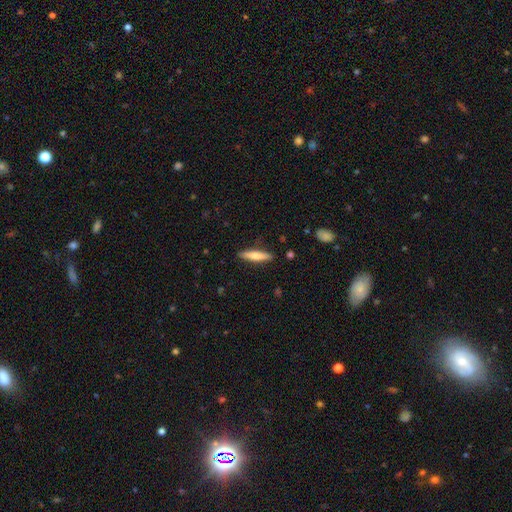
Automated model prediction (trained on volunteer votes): The model was most divided on "smooth or featured": smooth: 67%, featured or disk: 27%, star or artifact: 6%. More confident: merging — none (88%); how rounded — cigar-shaped (84%).